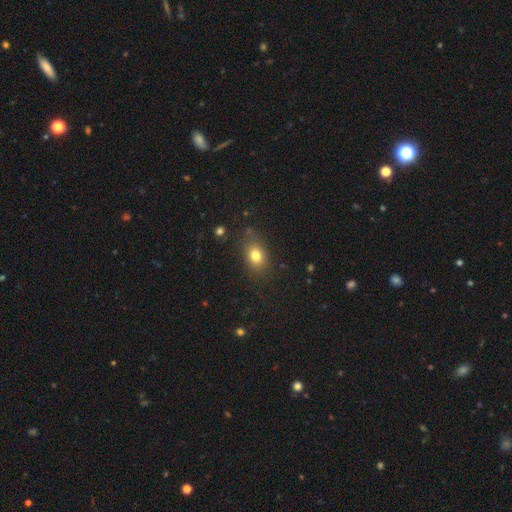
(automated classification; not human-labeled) Overall: smooth (78%). How rounded: in between (63%; round 35%). Merging: none (79%).